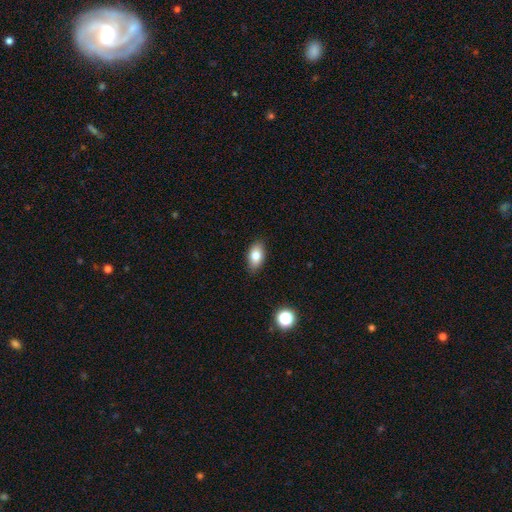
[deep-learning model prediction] smooth_or_featured: smooth (p=0.80) [alt: featured or disk p=0.12]
how_rounded: in between (p=0.90) [alt: round p=0.07]
merging: none (p=0.87) [alt: minor disturbance p=0.10]